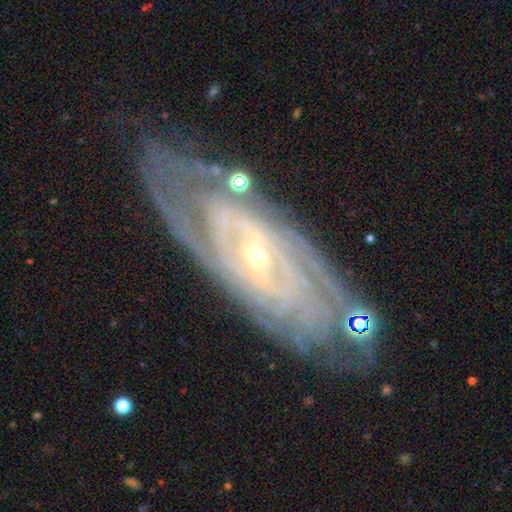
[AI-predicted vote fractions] Q: Smooth or featured?
A: featured or disk (89%); runner-up: smooth (6%)
Q: Edge-on disk?
A: no (91%); runner-up: yes (9%)
Q: Bar?
A: weak (38%); runner-up: no (34%)
Q: Spiral arms?
A: yes (96%); runner-up: no (4%)
Q: Spiral winding?
A: tight (74%); runner-up: medium (21%)
Q: Spiral arm count?
A: can't tell (35%); runner-up: 2 (23%)
Q: Bulge size?
A: small (78%); runner-up: moderate (18%)
Q: Merging?
A: none (75%); runner-up: minor disturbance (16%)